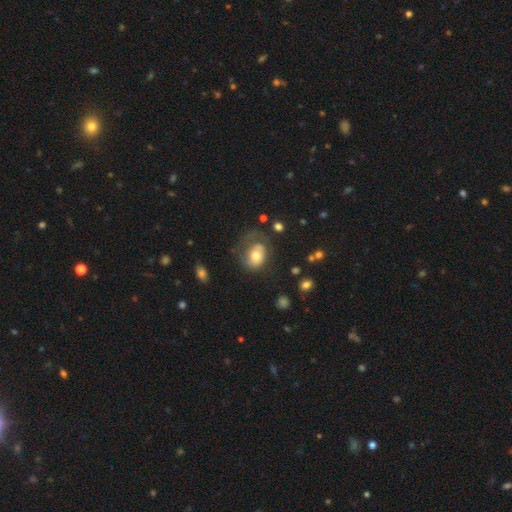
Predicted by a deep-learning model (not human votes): The model was most divided on "merging": major disturbance: 38%, none: 36%, minor disturbance: 23%, merger: 3%. More confident: how rounded — in between (62%); smooth or featured — smooth (54%).